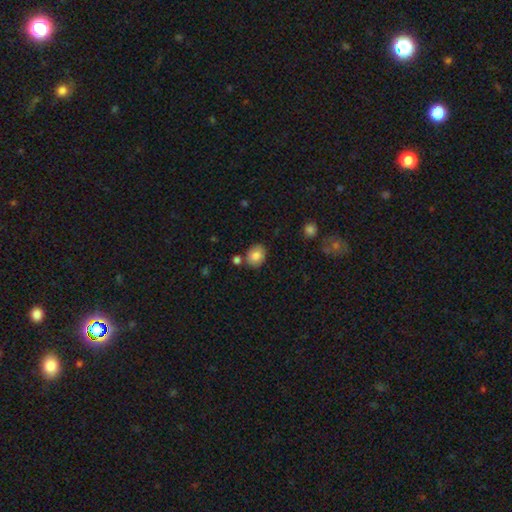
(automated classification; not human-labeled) smooth-or-featured: smooth: 82% | featured or disk: 9% | star or artifact: 9%
  how-rounded: round: 52% | in between: 47% | cigar-shaped: 1%
  merging: none: 76% | minor disturbance: 13% | merger: 8% | major disturbance: 3%